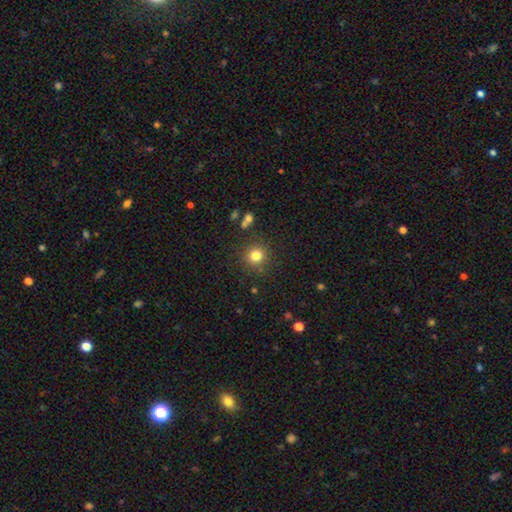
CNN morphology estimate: smooth-or-featured: smooth: 80% | star or artifact: 13% | featured or disk: 6%
  how-rounded: round: 91% | in between: 8% | cigar-shaped: 1%
  merging: none: 86% | minor disturbance: 8% | major disturbance: 3% | merger: 3%